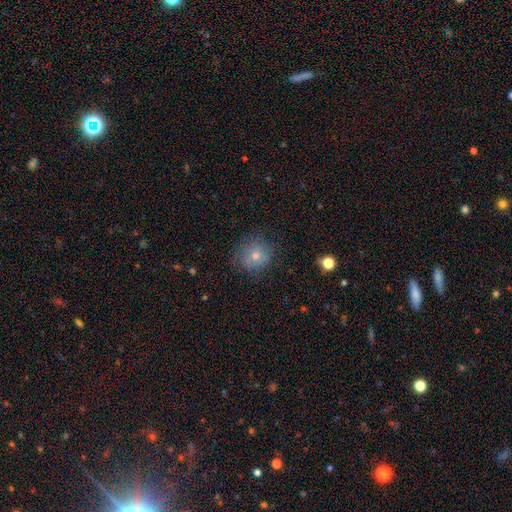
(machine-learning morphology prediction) Smooth or featured? smooth (57%)
How rounded? round (87%)
Merging? none (77%)